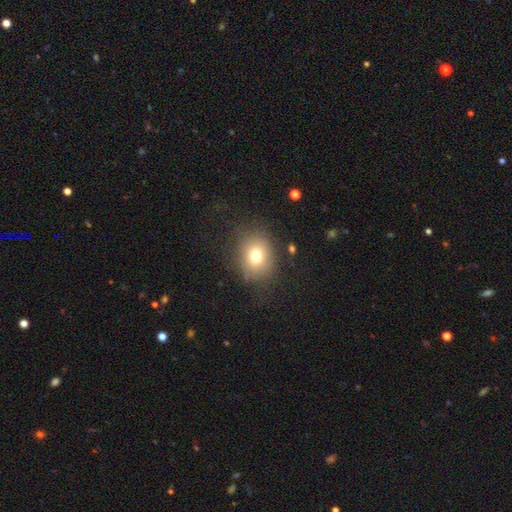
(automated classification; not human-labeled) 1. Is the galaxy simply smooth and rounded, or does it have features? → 74% smooth, 13% star or artifact, 13% featured or disk.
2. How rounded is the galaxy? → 59% round, 40% in between, 1% cigar-shaped.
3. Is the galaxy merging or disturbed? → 77% none, 14% minor disturbance, 7% major disturbance, 2% merger.